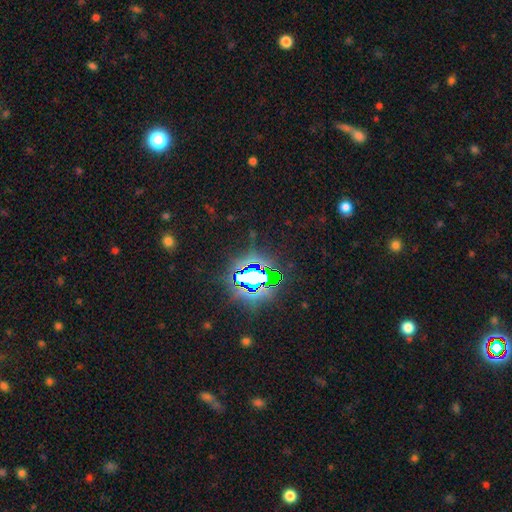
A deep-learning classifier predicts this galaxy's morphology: Smooth or featured? Predicted: star or artifact (p=0.81).